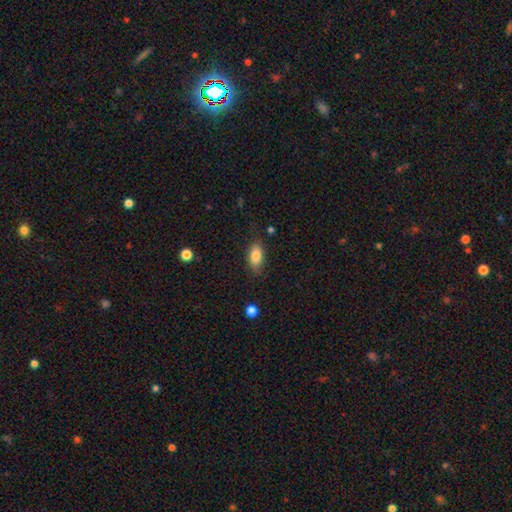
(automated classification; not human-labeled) Smooth or featured: smooth — 82% (featured or disk — 10%)
How rounded: in between — 89% (round — 6%)
Merging: none — 81% (minor disturbance — 14%)